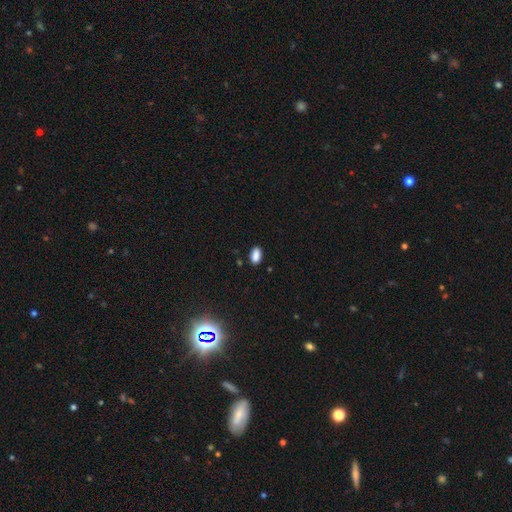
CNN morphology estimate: Smooth or featured? smooth (86%)
How rounded? in between (92%)
Merging? none (86%)